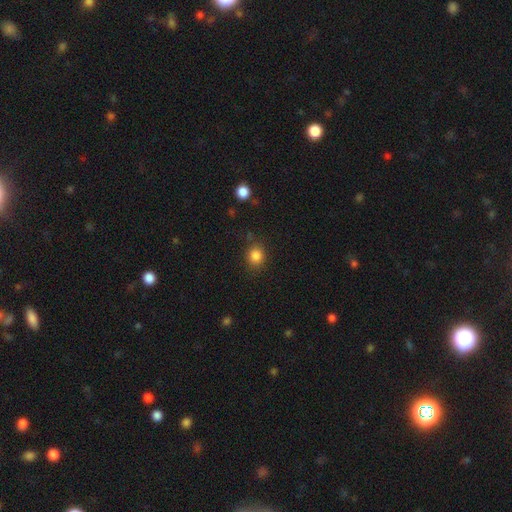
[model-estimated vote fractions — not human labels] Smooth or featured?
  - smooth: 85% *
  - star or artifact: 11%
  - featured or disk: 4%
How rounded?
  - round: 77% *
  - in between: 22%
  - cigar-shaped: 1%
Merging?
  - none: 80% *
  - minor disturbance: 13%
  - major disturbance: 4%
  - merger: 3%